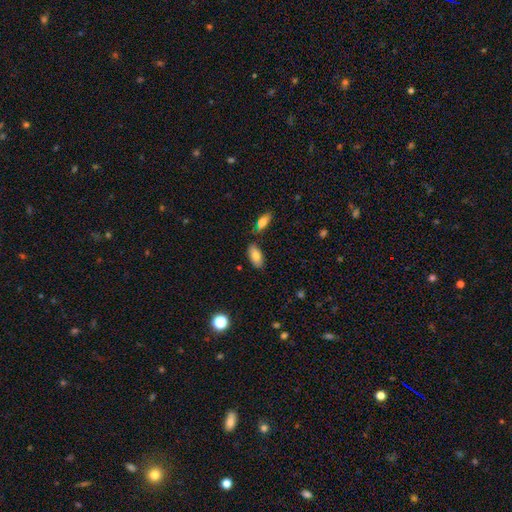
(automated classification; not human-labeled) Q: Smooth or featured?
A: smooth (81%); runner-up: featured or disk (12%)
Q: How rounded?
A: in between (90%); runner-up: cigar-shaped (7%)
Q: Merging?
A: none (79%); runner-up: minor disturbance (12%)